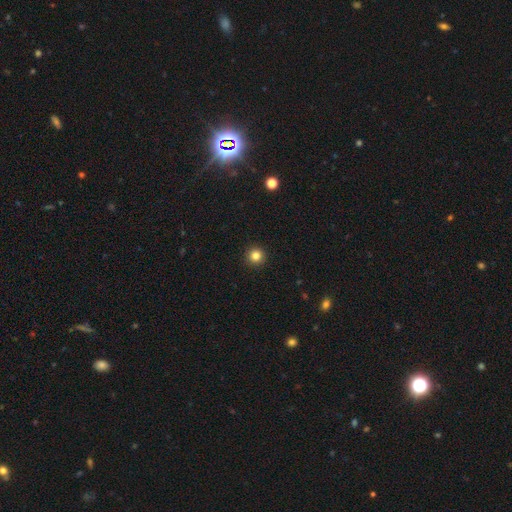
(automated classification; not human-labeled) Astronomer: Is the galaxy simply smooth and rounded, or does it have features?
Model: smooth — 84%.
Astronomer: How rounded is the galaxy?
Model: round — 96%.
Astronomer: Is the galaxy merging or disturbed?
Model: none — 93%.